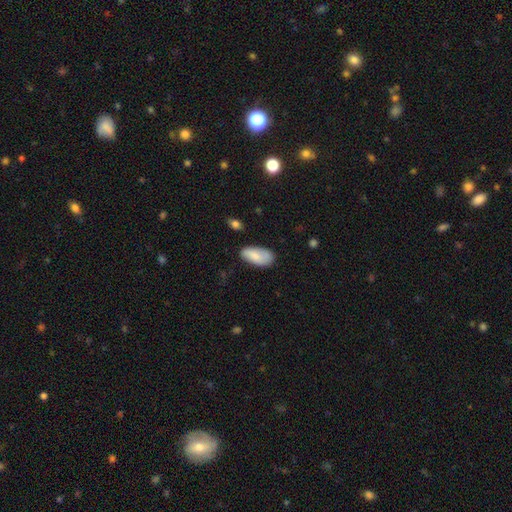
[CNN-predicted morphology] Smooth or featured?
  - smooth: 80% *
  - featured or disk: 14%
  - star or artifact: 6%
How rounded?
  - in between: 93% *
  - cigar-shaped: 5%
  - round: 2%
Merging?
  - none: 70% *
  - minor disturbance: 23%
  - major disturbance: 5%
  - merger: 2%